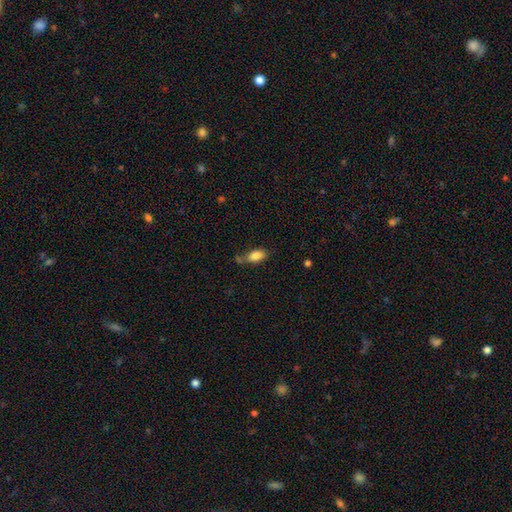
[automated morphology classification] smooth 84%, star or artifact 8%, featured or disk 8%. Down the decision tree: how rounded — in between (89%); merging — none (54%).